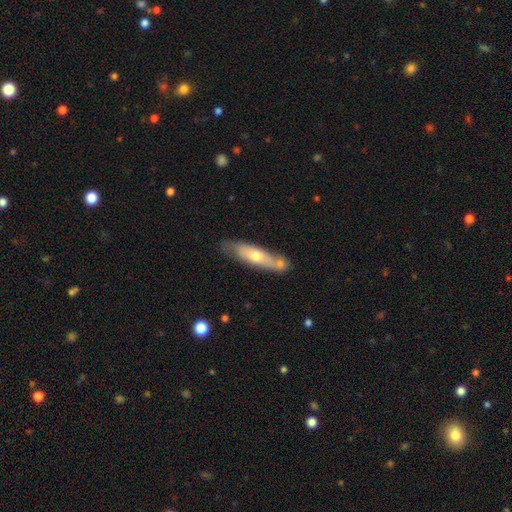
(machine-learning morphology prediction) smooth-or-featured: smooth: 54% | featured or disk: 40% | star or artifact: 6%
  how-rounded: cigar-shaped: 69% | in between: 29% | round: 2%
  merging: none: 57% | merger: 19% | minor disturbance: 19% | major disturbance: 5%